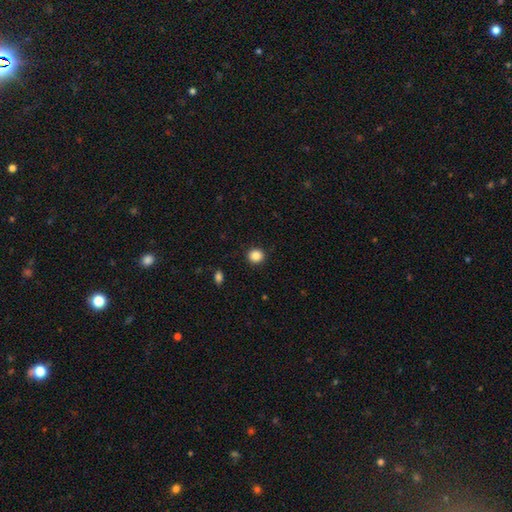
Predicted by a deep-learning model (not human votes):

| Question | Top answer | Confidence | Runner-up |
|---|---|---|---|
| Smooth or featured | smooth | 86% | star or artifact (10%) |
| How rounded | round | 90% | in between (9%) |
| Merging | none | 92% | minor disturbance (5%) |